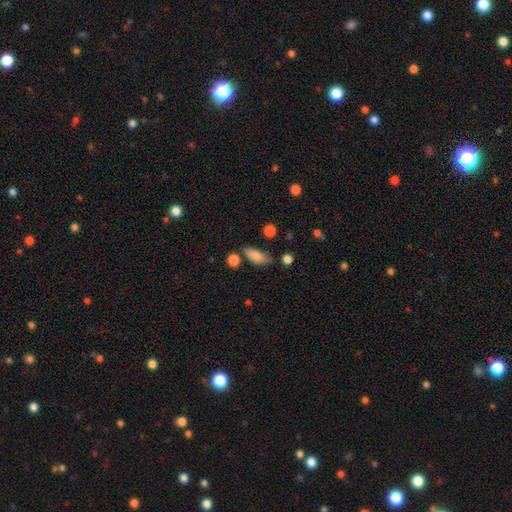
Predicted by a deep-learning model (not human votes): The model was most divided on "merging": none: 68%, minor disturbance: 20%, merger: 7%, major disturbance: 5%. More confident: smooth or featured — smooth (82%); how rounded — in between (78%).